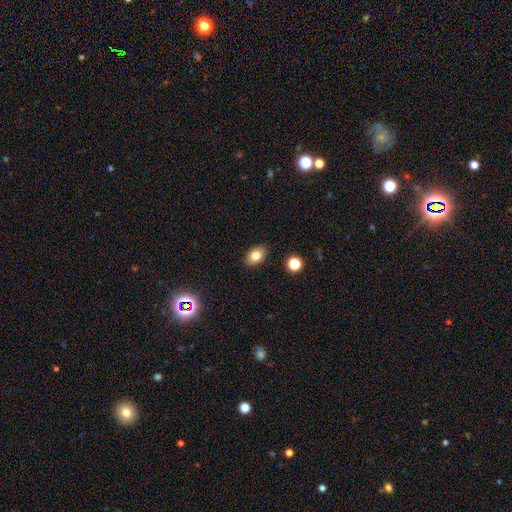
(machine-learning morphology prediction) smooth_or_featured: smooth (p=0.79) [alt: star or artifact p=0.11]
how_rounded: in between (p=0.81) [alt: round p=0.17]
merging: none (p=0.88) [alt: minor disturbance p=0.08]